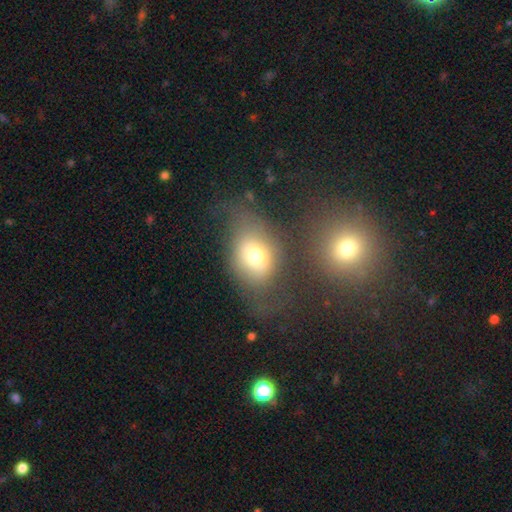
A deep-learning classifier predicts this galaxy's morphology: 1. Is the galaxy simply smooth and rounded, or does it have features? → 66% smooth, 22% featured or disk, 12% star or artifact.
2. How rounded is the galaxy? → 64% in between, 35% round, 2% cigar-shaped.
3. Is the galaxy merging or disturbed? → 41% none, 21% major disturbance, 21% minor disturbance, 16% merger.